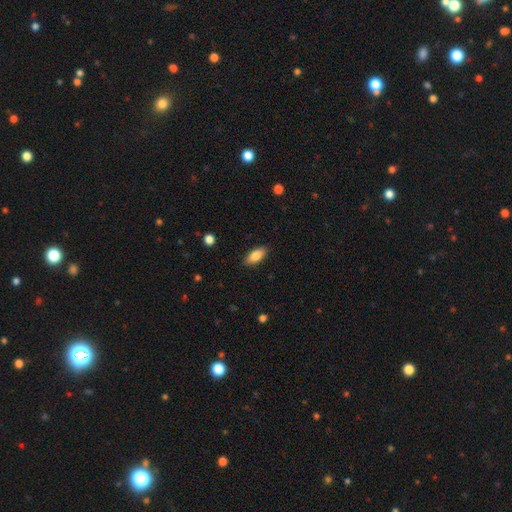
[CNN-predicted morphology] Smooth or featured?
  - smooth: 85% *
  - featured or disk: 8%
  - star or artifact: 7%
How rounded?
  - in between: 87% *
  - cigar-shaped: 11%
  - round: 2%
Merging?
  - none: 88% *
  - minor disturbance: 9%
  - major disturbance: 2%
  - merger: 1%